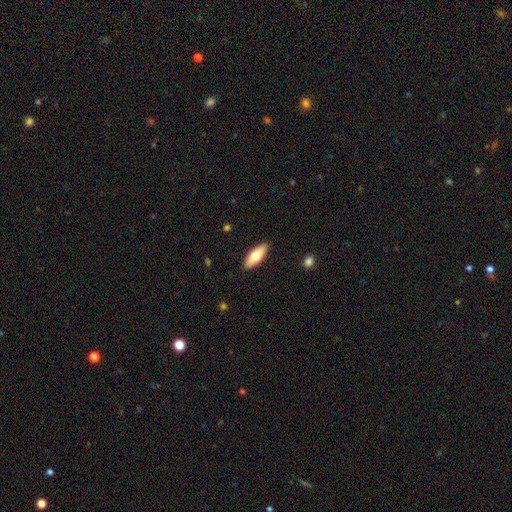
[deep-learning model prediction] Smooth or featured? smooth (66%)
How rounded? in between (67%)
Merging? none (89%)